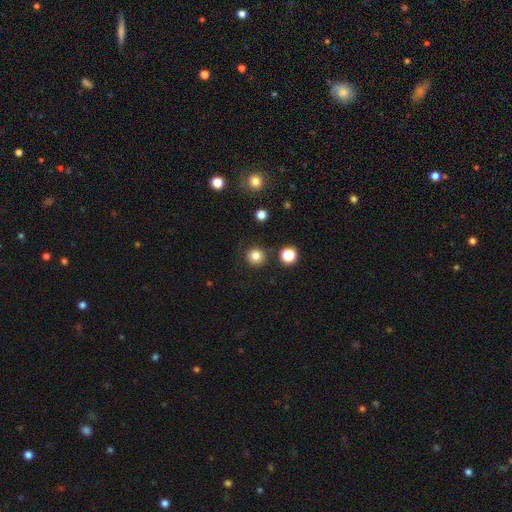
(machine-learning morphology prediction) This is clearly a smooth galaxy (83%). How rounded: clearly round (94%). Merging: clearly none (87%).